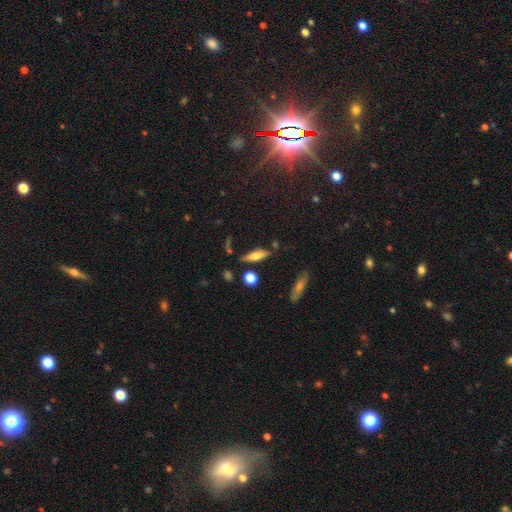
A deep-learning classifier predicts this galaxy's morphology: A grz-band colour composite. It shows a smooth galaxy with no disk features (53%) that is cigar-shaped (61%). Merging: none (71%).